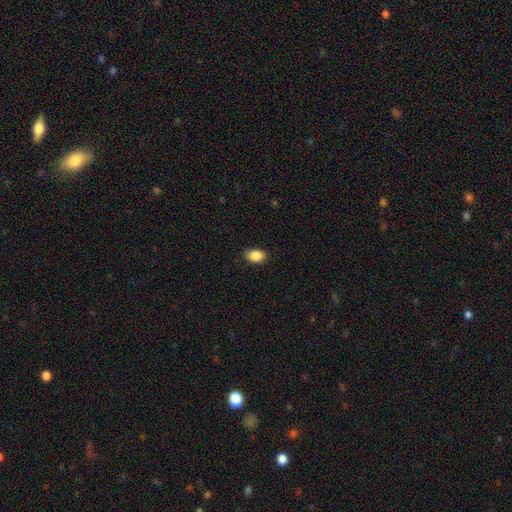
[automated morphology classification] smooth 88%, star or artifact 8%, featured or disk 4%. Down the decision tree: how rounded — in between (84%); merging — none (87%).